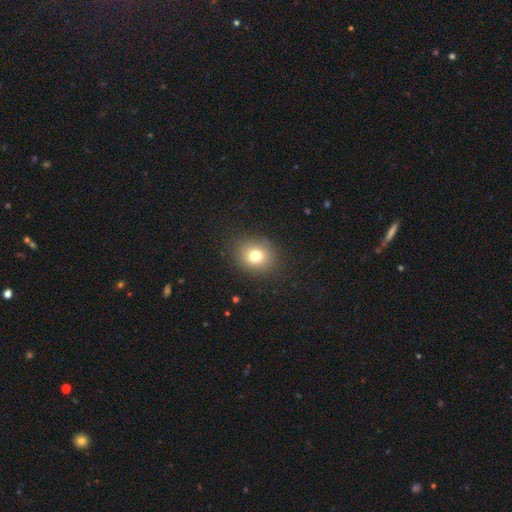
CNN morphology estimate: Q: Smooth or featured?
A: smooth (76%); runner-up: star or artifact (13%)
Q: How rounded?
A: round (74%); runner-up: in between (25%)
Q: Merging?
A: none (88%); runner-up: minor disturbance (8%)